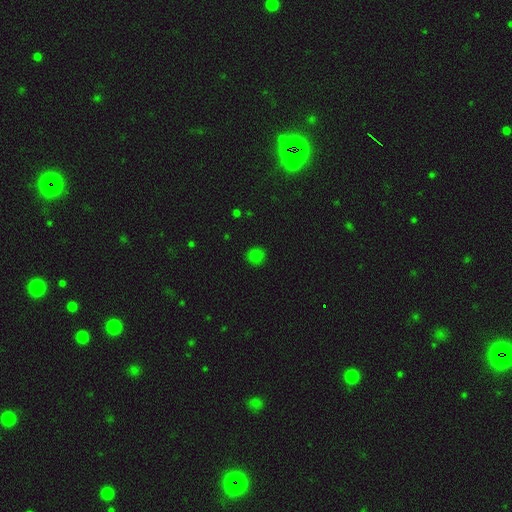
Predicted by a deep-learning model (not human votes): This appears to be a smooth galaxy with no disk features (81%) that is round (89%). Merging: none (89%).